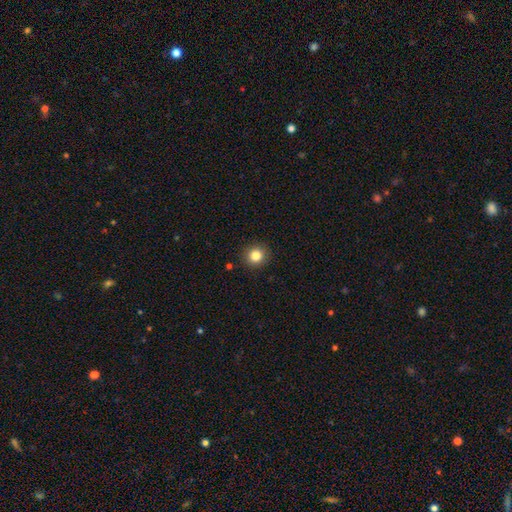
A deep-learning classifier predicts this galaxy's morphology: smooth_or_featured: smooth (p=0.83) [alt: star or artifact p=0.11]
how_rounded: round (p=0.91) [alt: in between p=0.08]
merging: none (p=0.91) [alt: minor disturbance p=0.06]